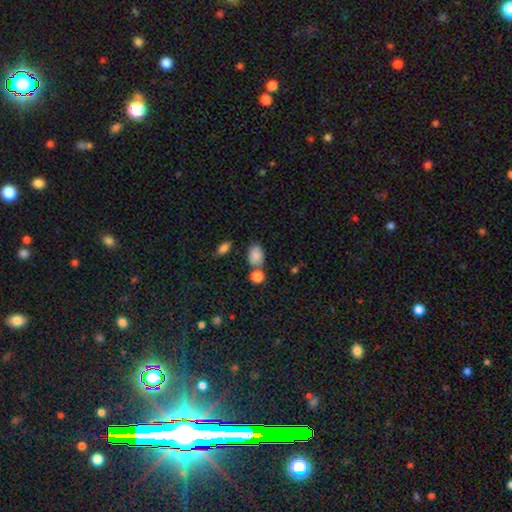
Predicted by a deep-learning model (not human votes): Smooth or featured?
  - smooth: 85% *
  - star or artifact: 9%
  - featured or disk: 6%
How rounded?
  - in between: 78% *
  - round: 21%
  - cigar-shaped: 1%
Merging?
  - none: 62% *
  - merger: 19%
  - minor disturbance: 14%
  - major disturbance: 4%